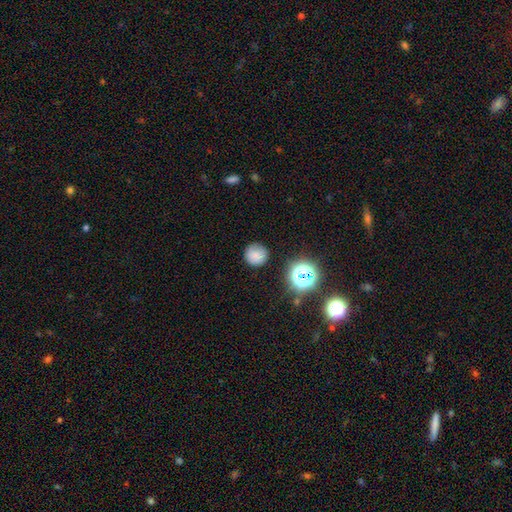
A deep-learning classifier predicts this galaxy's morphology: Smooth or featured? smooth (78%)
How rounded? round (93%)
Merging? none (84%)